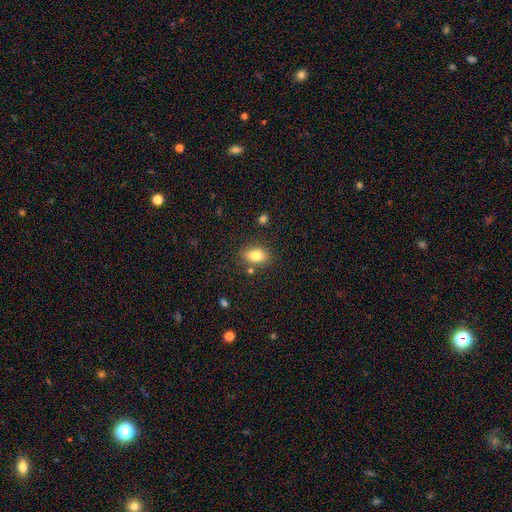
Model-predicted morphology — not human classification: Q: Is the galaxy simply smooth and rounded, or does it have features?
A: smooth — 80%.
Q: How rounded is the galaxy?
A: in between — 85%.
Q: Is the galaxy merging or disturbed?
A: none — 80%.